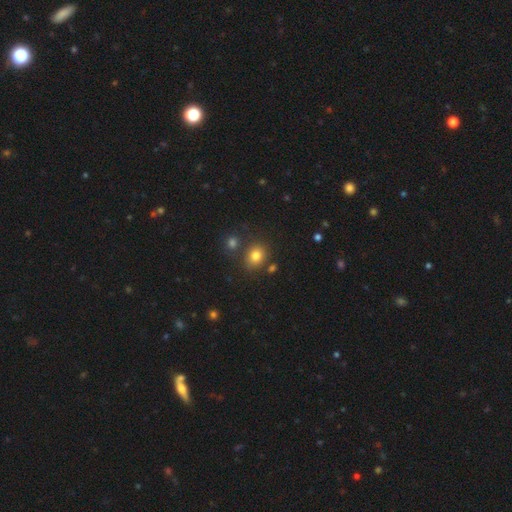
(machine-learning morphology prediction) Q: Smooth or featured?
A: smooth (79%); runner-up: star or artifact (13%)
Q: How rounded?
A: round (66%); runner-up: in between (33%)
Q: Merging?
A: none (73%); runner-up: merger (12%)